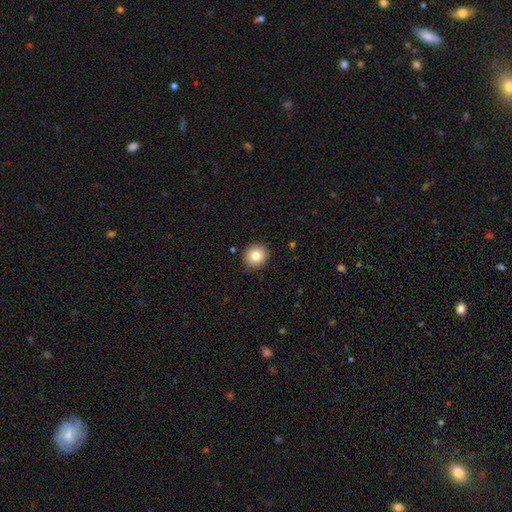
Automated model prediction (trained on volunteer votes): A smooth galaxy with no disk features (81%) that is round (86%). Merging: none (89%).